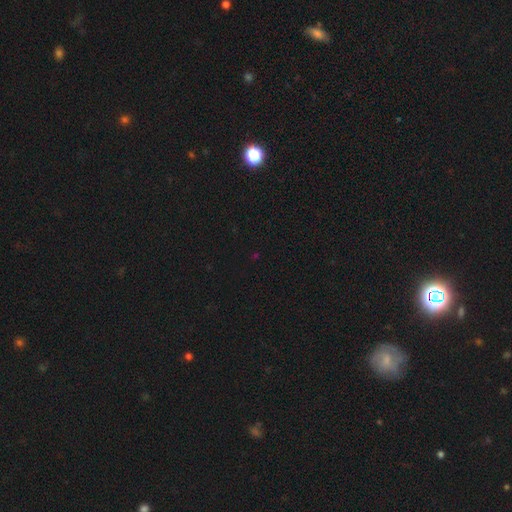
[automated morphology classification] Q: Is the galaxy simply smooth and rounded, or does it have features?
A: star or artifact — 69%.